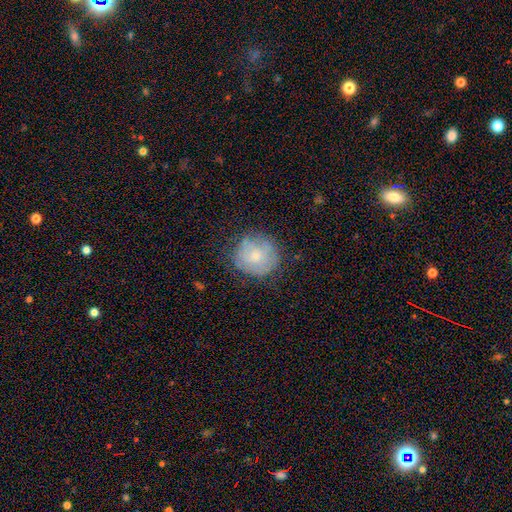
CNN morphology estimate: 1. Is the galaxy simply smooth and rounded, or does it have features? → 56% smooth, 35% featured or disk, 9% star or artifact.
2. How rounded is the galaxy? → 86% round, 13% in between, 1% cigar-shaped.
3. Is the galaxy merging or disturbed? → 69% none, 21% minor disturbance, 8% major disturbance, 2% merger.